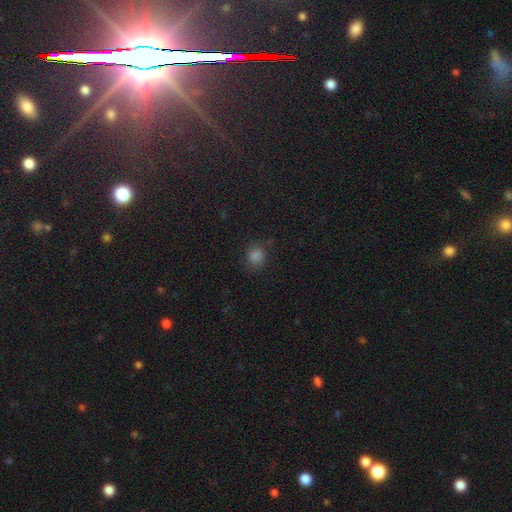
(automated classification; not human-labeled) A smooth galaxy with no disk features (78%) that is round (74%).

Vote fractions:
- Smooth or featured? smooth: 78% / star or artifact: 17% / featured or disk: 5%
- How rounded? round: 74% / in between: 25% / cigar-shaped: 1%
- Merging? none: 77% / minor disturbance: 16% / major disturbance: 5% / merger: 2%